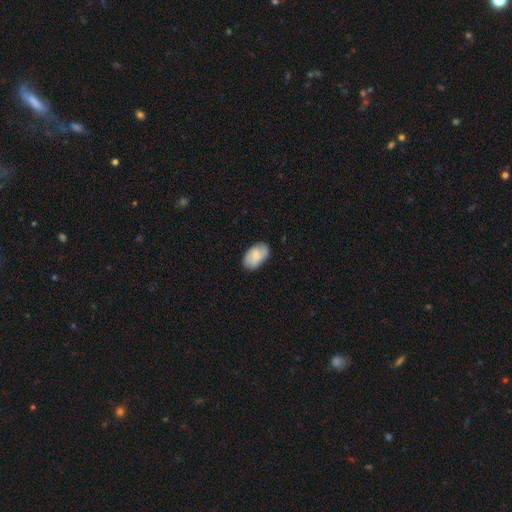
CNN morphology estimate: Smooth or featured: smooth — 70% (featured or disk — 23%)
How rounded: in between — 92% (round — 6%)
Merging: none — 81% (minor disturbance — 15%)